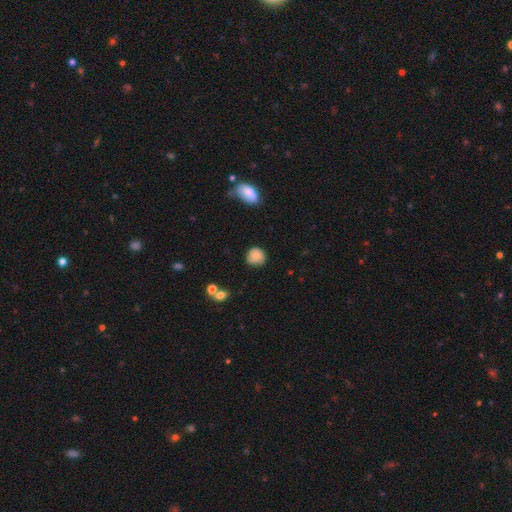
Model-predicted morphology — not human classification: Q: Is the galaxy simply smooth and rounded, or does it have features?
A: smooth — 86%.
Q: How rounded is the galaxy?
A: round — 86%.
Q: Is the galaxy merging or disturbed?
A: none — 78%.